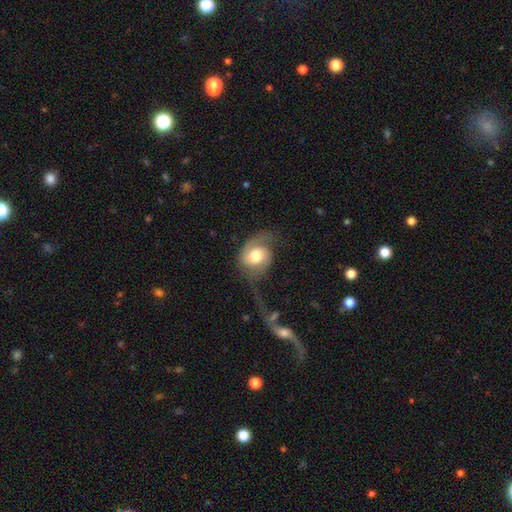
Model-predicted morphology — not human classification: featured or disk 56%, smooth 38%, star or artifact 7%. Down the decision tree: edge-on disk — no (97%); bar — no (69%); spiral arms — yes (85%); bulge size — moderate (58%); merging — major disturbance (39%).